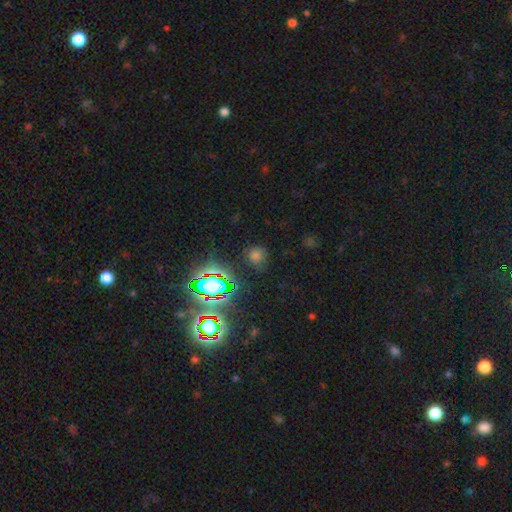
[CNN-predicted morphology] smooth-or-featured: smooth: 58% | star or artifact: 35% | featured or disk: 7%
  how-rounded: round: 86% | in between: 12% | cigar-shaped: 1%
  merging: none: 82% | minor disturbance: 11% | major disturbance: 4% | merger: 3%